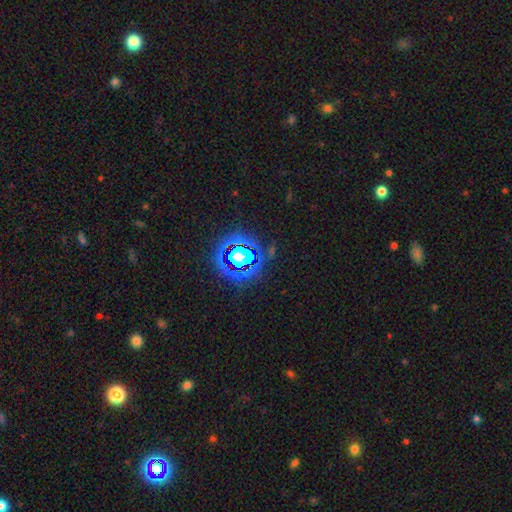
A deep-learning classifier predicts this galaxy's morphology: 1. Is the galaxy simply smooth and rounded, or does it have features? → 80% star or artifact, 12% smooth, 8% featured or disk.